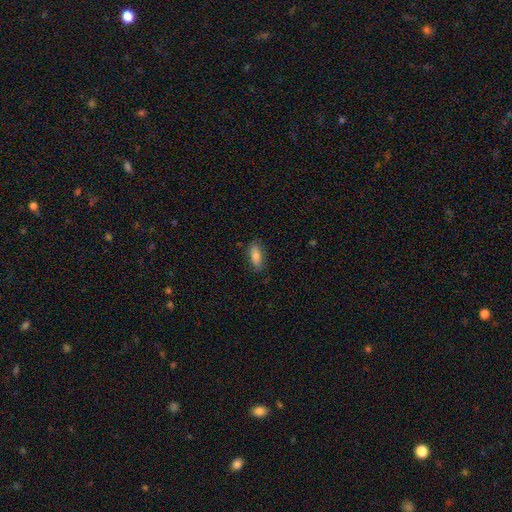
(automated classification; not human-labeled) A smooth galaxy with no disk features (81%) that is in between round and cigar-shaped (79%). Merging: none (83%).